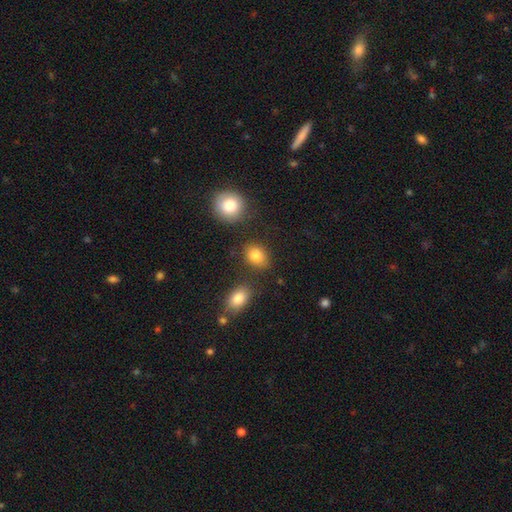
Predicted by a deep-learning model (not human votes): Morphology: type=smooth (84%); roundness=in between (63%); merging=none (77%).